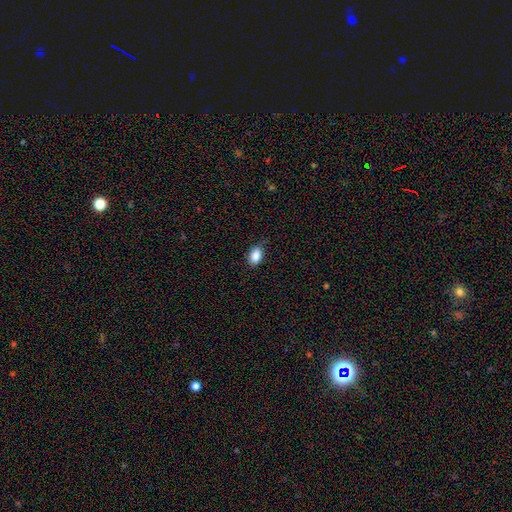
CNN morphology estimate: Q: Smooth or featured?
A: smooth (88%); runner-up: star or artifact (8%)
Q: How rounded?
A: in between (88%); runner-up: round (11%)
Q: Merging?
A: none (80%); runner-up: minor disturbance (16%)